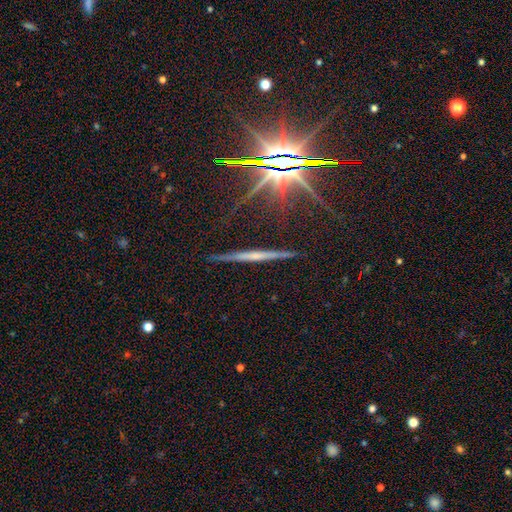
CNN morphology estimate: Q: Smooth or featured?
A: featured or disk (57%); runner-up: smooth (23%)
Q: Edge-on disk?
A: yes (97%); runner-up: no (3%)
Q: Edge-on bulge?
A: none (54%); runner-up: rounded (34%)
Q: Merging?
A: none (85%); runner-up: minor disturbance (11%)